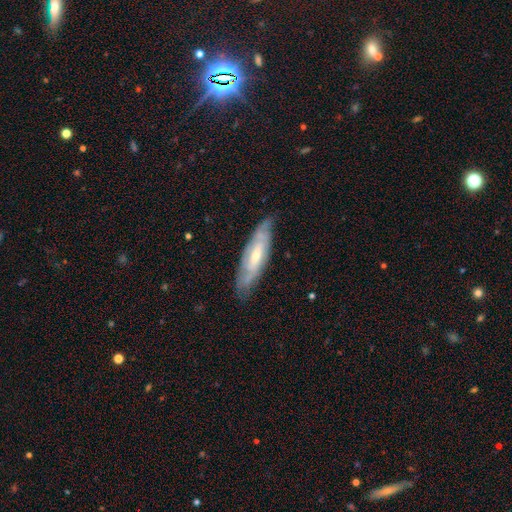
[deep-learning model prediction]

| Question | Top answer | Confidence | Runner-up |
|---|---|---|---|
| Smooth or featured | featured or disk | 70% | smooth (24%) |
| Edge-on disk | no | 69% | yes (31%) |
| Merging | none | 76% | minor disturbance (19%) |